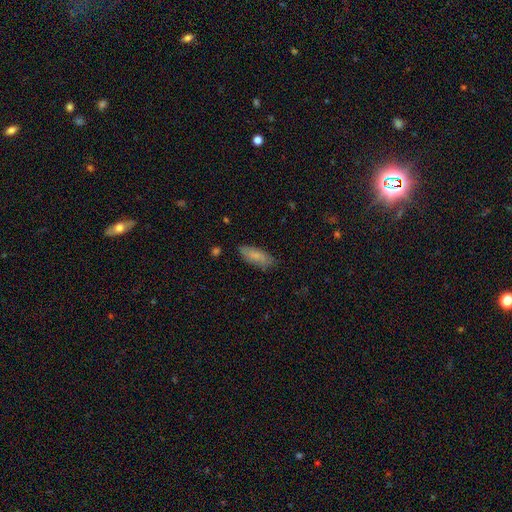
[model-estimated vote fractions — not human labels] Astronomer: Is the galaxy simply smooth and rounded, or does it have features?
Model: smooth — 79%.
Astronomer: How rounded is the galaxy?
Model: in between — 69%.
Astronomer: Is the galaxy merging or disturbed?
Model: none — 81%.